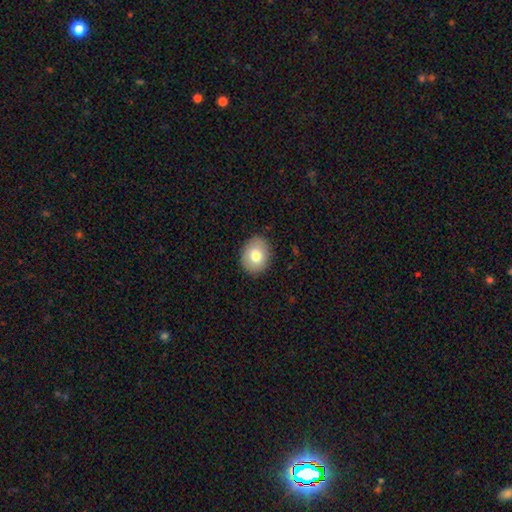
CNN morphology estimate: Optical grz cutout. It shows a smooth galaxy with no disk features (78%) that is in between round and cigar-shaped (50%). Merging: none (88%).